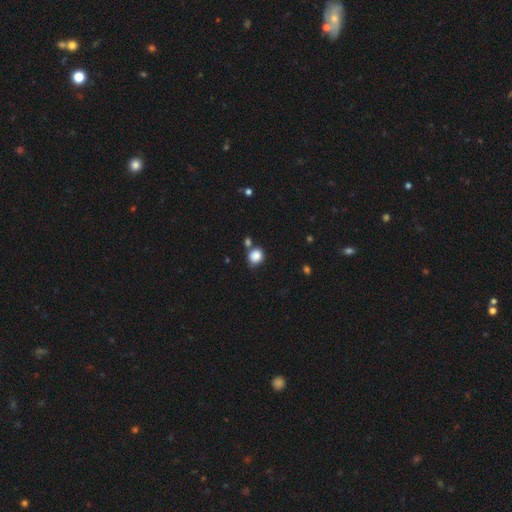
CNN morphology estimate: Smooth or featured: smooth — 86% (star or artifact — 10%)
How rounded: round — 72% (in between — 27%)
Merging: none — 61% (merger — 18%)